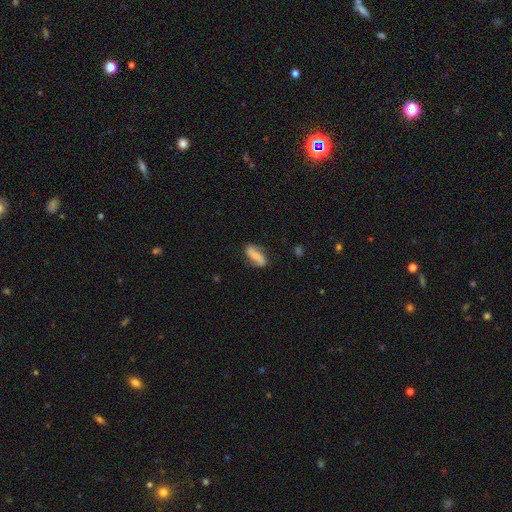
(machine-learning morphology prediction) Smooth or featured? Predicted: smooth (p=0.47). Merging? Predicted: none (p=0.77).